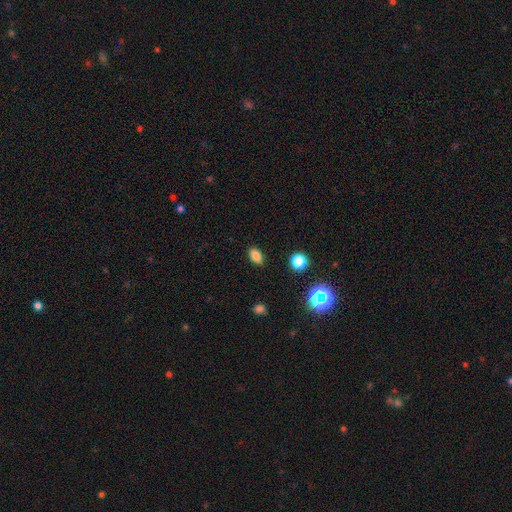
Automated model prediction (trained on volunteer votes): Smooth or featured: smooth — 81% (star or artifact — 13%)
How rounded: in between — 86% (round — 12%)
Merging: none — 85% (minor disturbance — 11%)